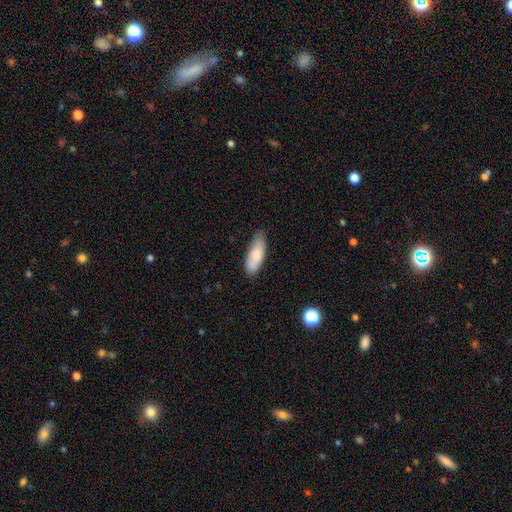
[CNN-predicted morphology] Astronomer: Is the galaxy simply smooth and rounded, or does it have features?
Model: smooth — 81%.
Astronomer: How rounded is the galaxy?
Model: in between — 69%.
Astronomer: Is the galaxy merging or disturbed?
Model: none — 69%.